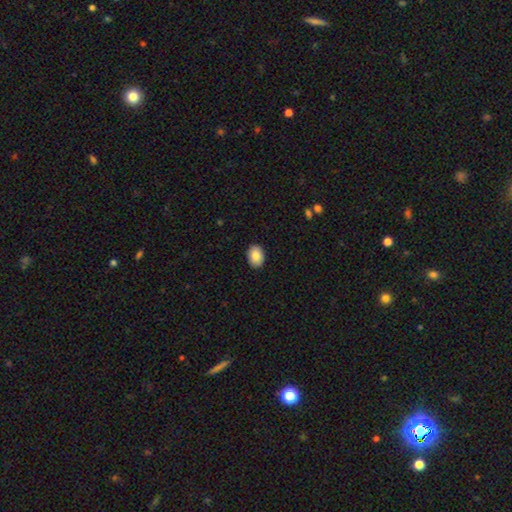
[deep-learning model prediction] The model was most divided on "how rounded": in between: 76%, round: 23%, cigar-shaped: 1%. More confident: merging — none (90%); smooth or featured — smooth (85%).